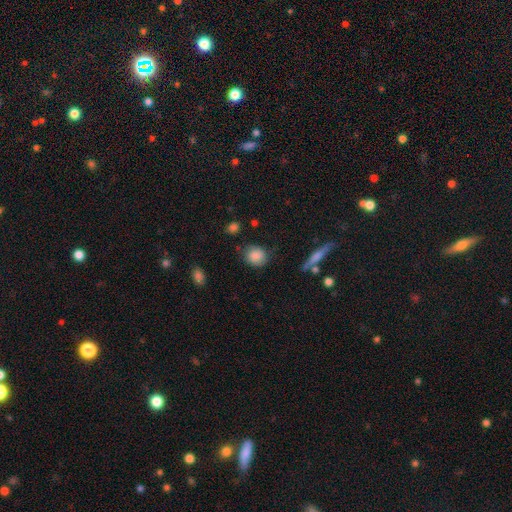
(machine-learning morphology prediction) type=smooth (84%); roundness=round (70%); merging=none (75%).